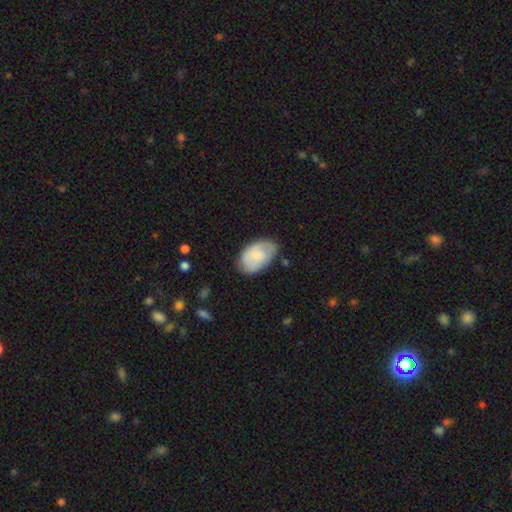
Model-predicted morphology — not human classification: Smooth or featured: smooth — 64% (featured or disk — 29%)
How rounded: in between — 92% (round — 7%)
Merging: none — 67% (minor disturbance — 24%)